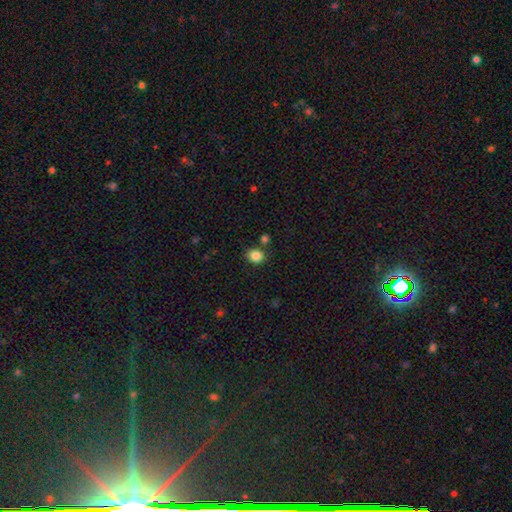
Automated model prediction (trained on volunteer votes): Overall: smooth (85%). How rounded: round (65%; in between 34%). Merging: none (80%).